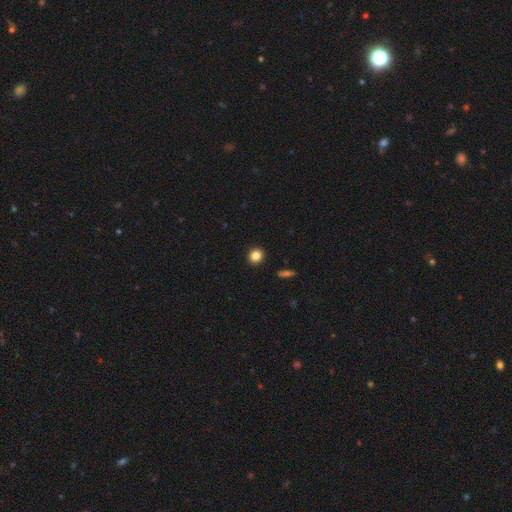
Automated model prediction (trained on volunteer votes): A smooth galaxy with no disk features (84%) that is round (87%).

Vote fractions:
- Smooth or featured? smooth: 84% / star or artifact: 11% / featured or disk: 5%
- How rounded? round: 87% / in between: 12% / cigar-shaped: 1%
- Merging? none: 93% / minor disturbance: 5% / major disturbance: 1% / merger: 1%